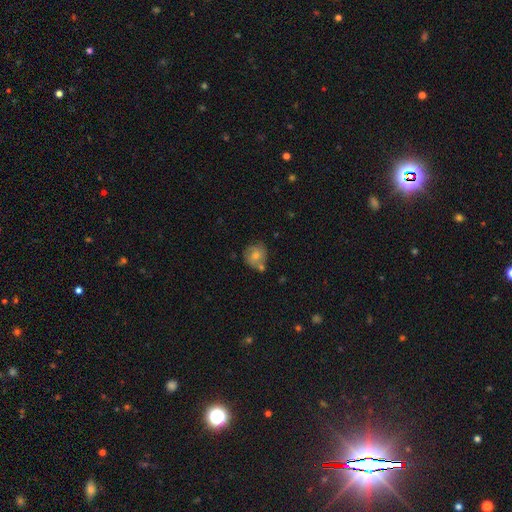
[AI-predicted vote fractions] This appears to be a smooth galaxy with no disk features (64%) that is round (81%). Merging: none (61%).